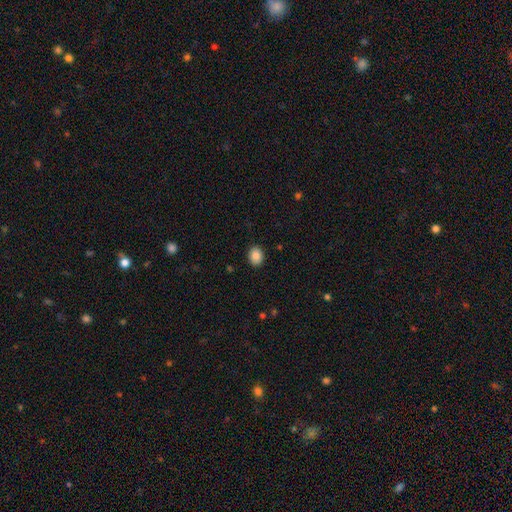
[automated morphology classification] type=smooth (86%); roundness=in between (50%); merging=none (90%).